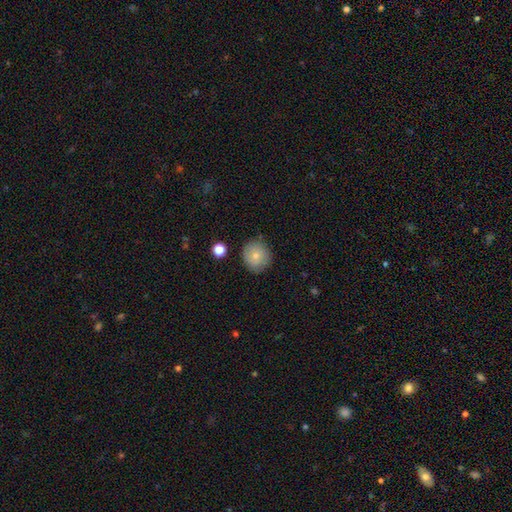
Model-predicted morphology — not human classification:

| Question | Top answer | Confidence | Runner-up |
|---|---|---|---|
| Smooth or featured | smooth | 75% | featured or disk (16%) |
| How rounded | round | 90% | in between (9%) |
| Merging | none | 81% | minor disturbance (13%) |